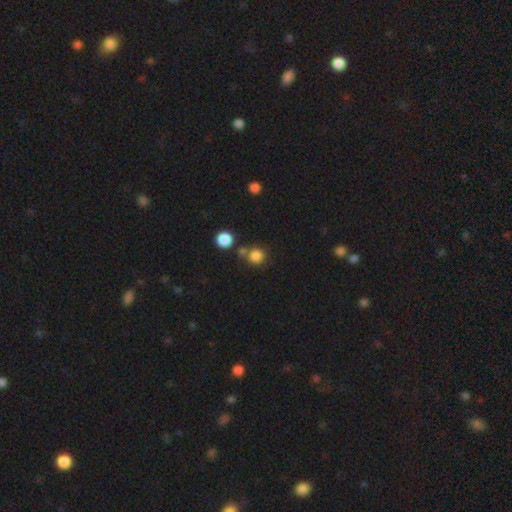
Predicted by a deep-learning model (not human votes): The model was most divided on "merging": none: 68%, merger: 19%, minor disturbance: 9%, major disturbance: 4%. More confident: how rounded — round (90%); smooth or featured — smooth (83%).